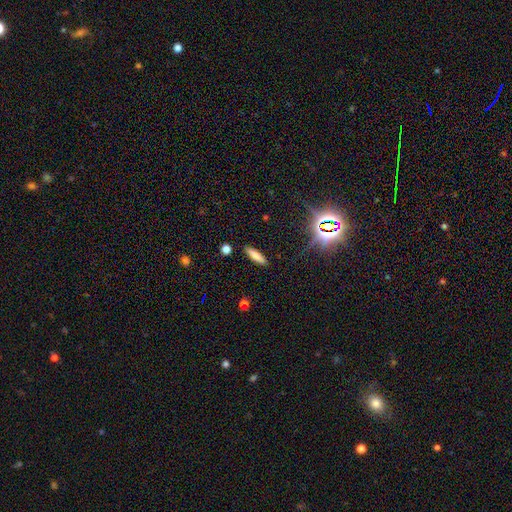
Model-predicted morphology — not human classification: The model was most divided on "how rounded": cigar-shaped: 62%, in between: 36%, round: 2%. More confident: merging — none (89%); smooth or featured — smooth (78%).